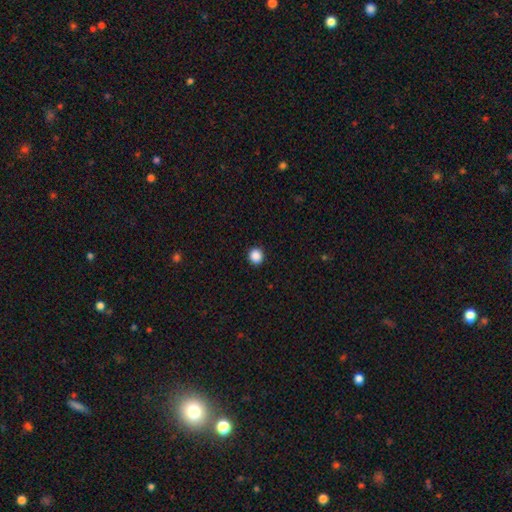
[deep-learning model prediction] Smooth or featured: smooth — 88% (star or artifact — 10%)
How rounded: round — 89% (in between — 10%)
Merging: none — 93% (minor disturbance — 5%)